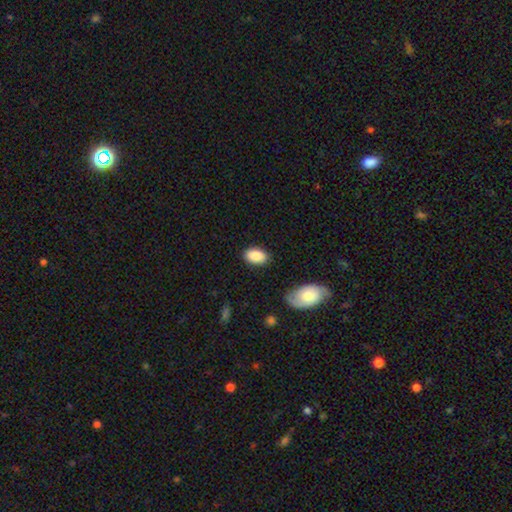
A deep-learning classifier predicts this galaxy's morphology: smooth_or_featured: smooth (p=0.87) [alt: star or artifact p=0.07]
how_rounded: in between (p=0.91) [alt: round p=0.08]
merging: none (p=0.84) [alt: minor disturbance p=0.11]